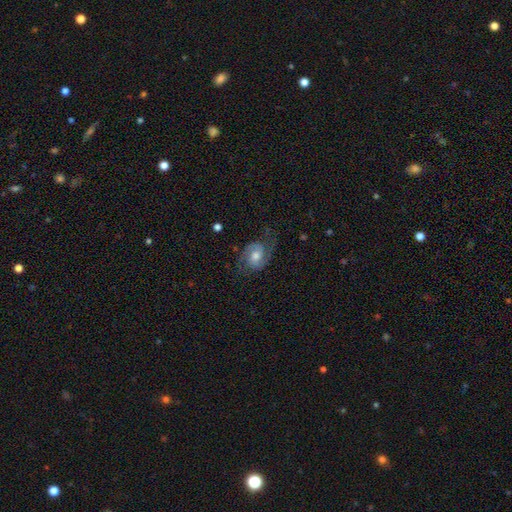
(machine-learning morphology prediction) A featured or disk galaxy (80%) with no bar (60%), 2 (90%) medium (52%) spiral arms (96%) and a moderate central bulge (66%).

Vote fractions:
- Smooth or featured? featured or disk: 80% / smooth: 13% / star or artifact: 7%
- Edge-on disk? no: 97% / yes: 3%
- Bar? no: 60% / weak: 34% / strong: 6%
- Spiral arms? yes: 96% / no: 4%
- Spiral winding? medium: 52% / tight: 27% / loose: 21%
- Spiral arm count? 2: 90% / can't tell: 4% / 1: 3% / 3: 1% / 4: 1% / more than 4: 1%
- Bulge size? moderate: 66% / small: 16% / large: 14% / none: 2% / dominant: 2%
- Merging? none: 72% / minor disturbance: 18% / major disturbance: 10% / merger: 1%